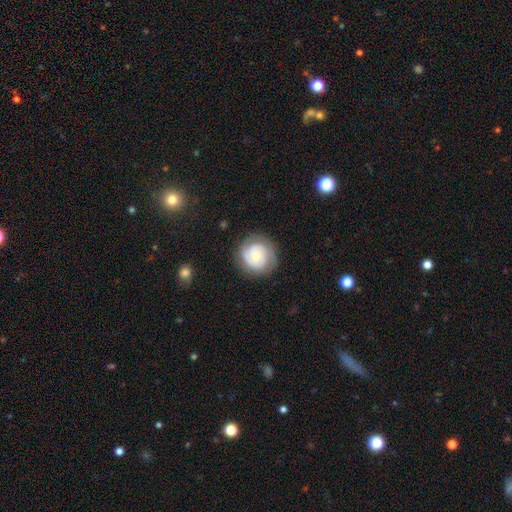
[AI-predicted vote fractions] smooth-or-featured: featured or disk: 48% | smooth: 45% | star or artifact: 7%
  merging: none: 76% | minor disturbance: 16% | major disturbance: 7% | merger: 1%